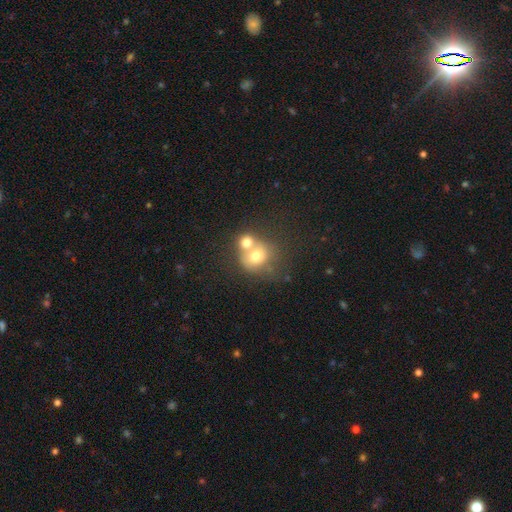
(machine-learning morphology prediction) This appears to be a smooth galaxy with no disk features (68%) that is round (74%). Merging: merger (62%).